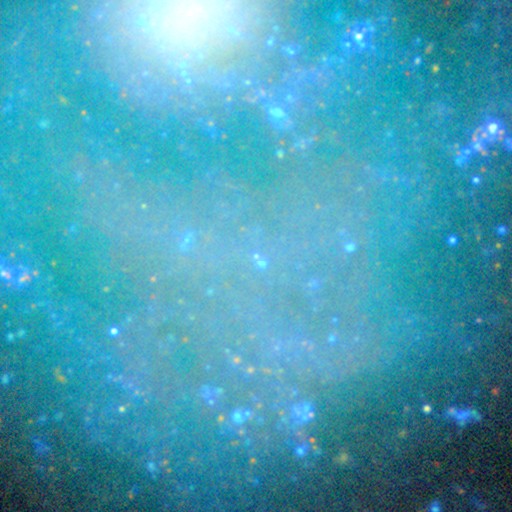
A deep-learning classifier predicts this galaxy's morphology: Smooth or featured?
  - star or artifact: 66% *
  - smooth: 20%
  - featured or disk: 14%